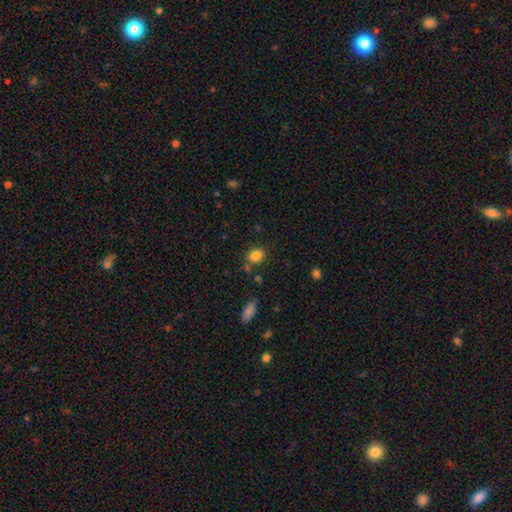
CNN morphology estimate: Overall: smooth (84%). How rounded: round (50%; in between 49%). Merging: none (73%).